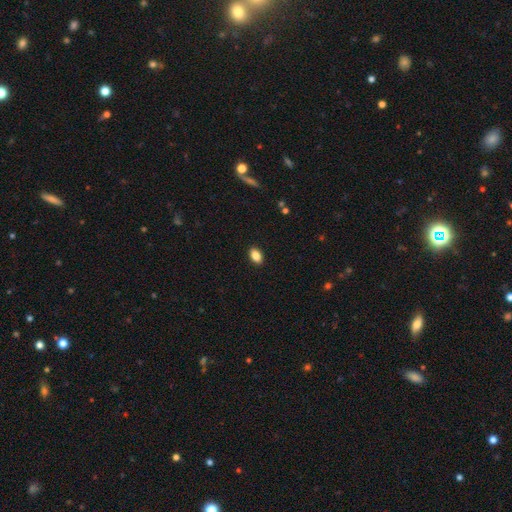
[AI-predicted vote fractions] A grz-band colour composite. It shows a smooth galaxy with no disk features (86%) that is in between round and cigar-shaped (87%). Merging: none (90%).